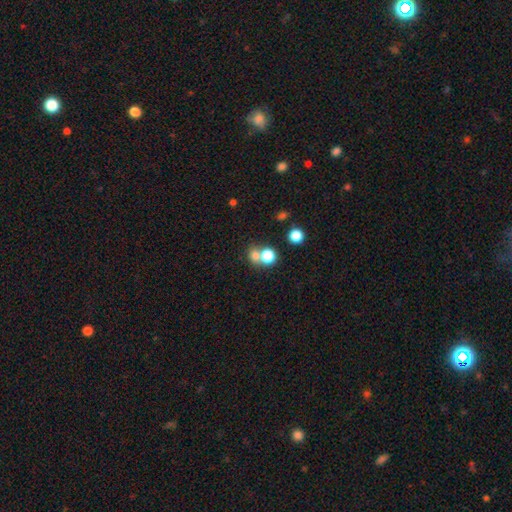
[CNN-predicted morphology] smooth-or-featured: smooth: 72% | star or artifact: 18% | featured or disk: 10%
  how-rounded: round: 74% | in between: 25% | cigar-shaped: 1%
  merging: none: 45% | merger: 43% | minor disturbance: 7% | major disturbance: 4%